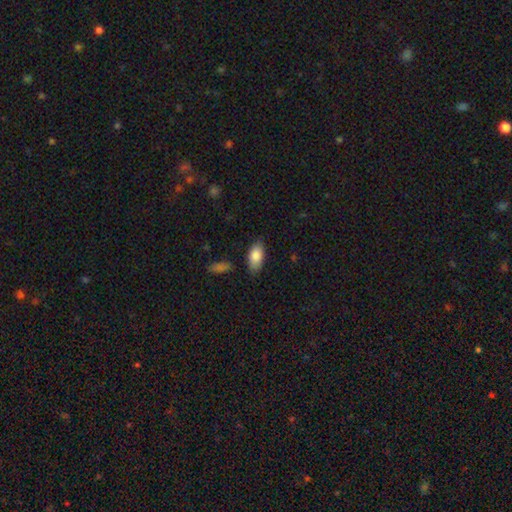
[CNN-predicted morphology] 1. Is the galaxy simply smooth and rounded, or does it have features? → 84% smooth, 9% featured or disk, 6% star or artifact.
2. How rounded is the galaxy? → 91% in between, 6% cigar-shaped, 3% round.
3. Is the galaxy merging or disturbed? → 81% none, 14% minor disturbance, 3% major disturbance, 2% merger.